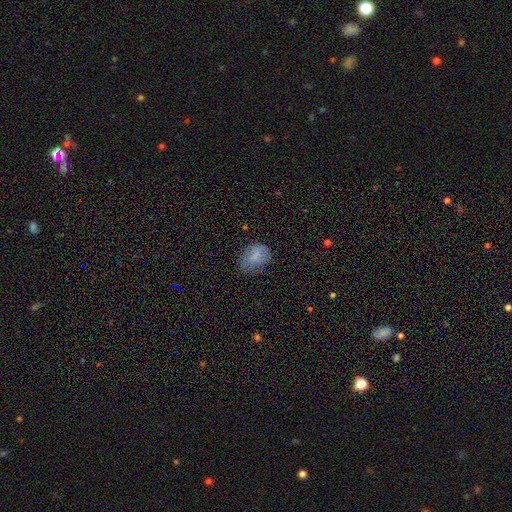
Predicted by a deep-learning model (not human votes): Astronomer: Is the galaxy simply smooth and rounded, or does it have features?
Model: smooth — 74%.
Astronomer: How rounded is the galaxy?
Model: in between — 68%.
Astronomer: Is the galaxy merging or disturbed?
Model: none — 53% (runner-up: minor disturbance, 30%).